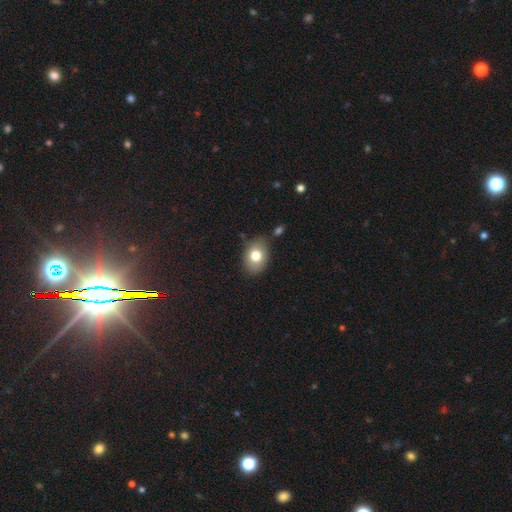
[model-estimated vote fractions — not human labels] smooth-or-featured: smooth: 76% | featured or disk: 15% | star or artifact: 9%
  how-rounded: in between: 70% | round: 29% | cigar-shaped: 1%
  merging: none: 78% | minor disturbance: 15% | merger: 4% | major disturbance: 4%